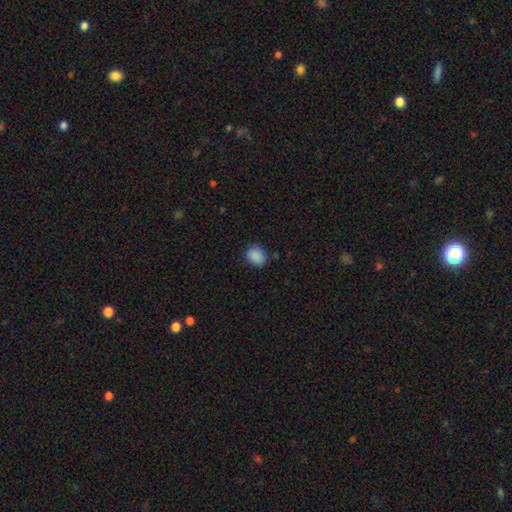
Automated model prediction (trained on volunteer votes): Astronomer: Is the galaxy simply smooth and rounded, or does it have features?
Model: smooth — 88%.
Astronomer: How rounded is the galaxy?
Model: round — 59% (runner-up: in between, 40%).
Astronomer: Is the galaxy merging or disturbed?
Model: none — 80%.